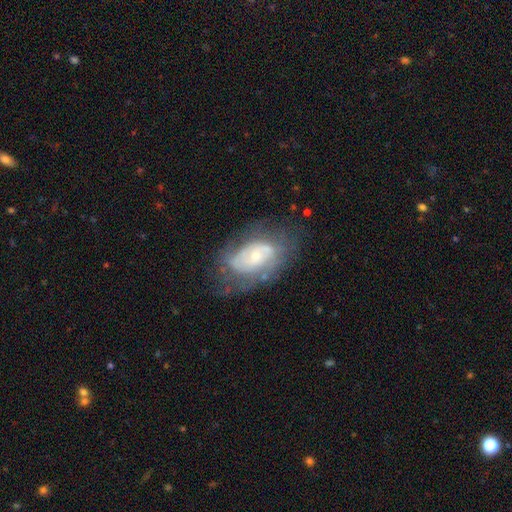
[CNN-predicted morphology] This appears to be a featured or disk galaxy (67%) with no bar (72%), spiral arms (68%) and a small central bulge (63%). Merging: none (57%).